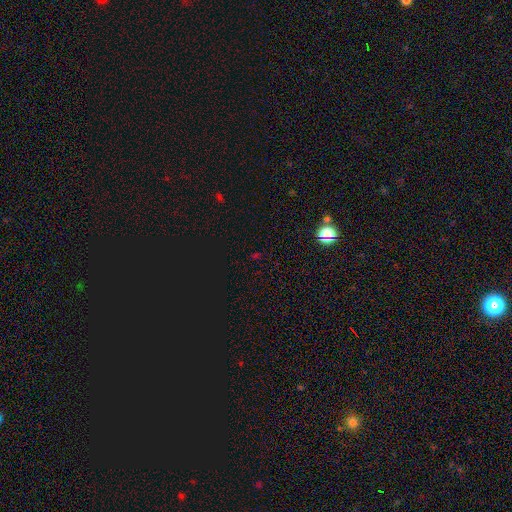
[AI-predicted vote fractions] A star or artifact, not a galaxy (69%).

Vote fractions:
- Smooth or featured? star or artifact: 69% / smooth: 24% / featured or disk: 7%